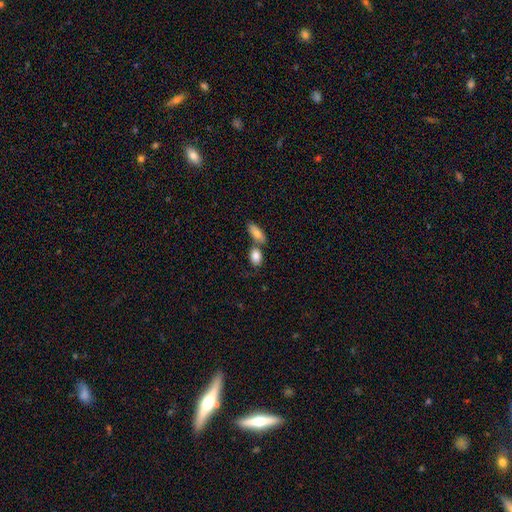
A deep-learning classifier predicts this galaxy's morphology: smooth 84%, featured or disk 9%, star or artifact 7%. Down the decision tree: how rounded — in between (81%); merging — none (45%).